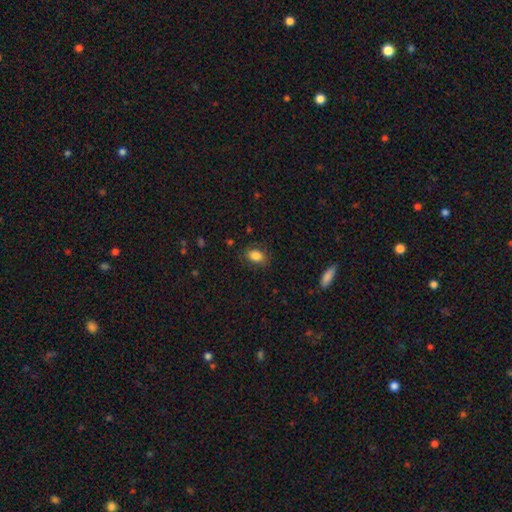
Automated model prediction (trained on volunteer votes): Morphology: type=smooth (84%); roundness=in between (79%); merging=none (81%).